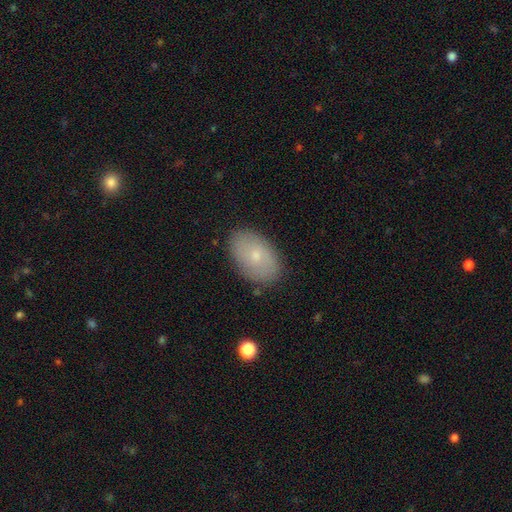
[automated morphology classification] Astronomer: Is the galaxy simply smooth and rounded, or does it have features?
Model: smooth — 66%.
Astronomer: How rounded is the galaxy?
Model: in between — 91%.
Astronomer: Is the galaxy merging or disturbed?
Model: none — 85%.